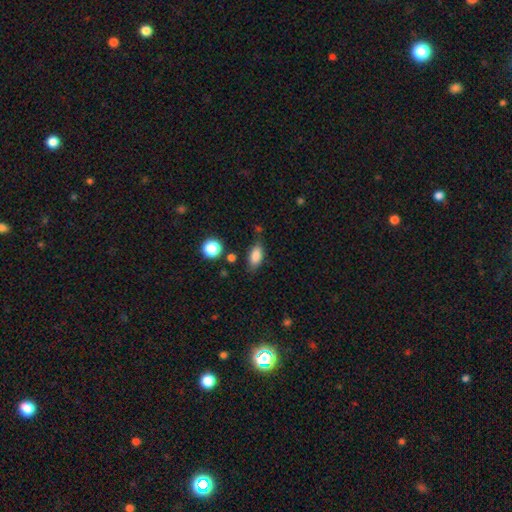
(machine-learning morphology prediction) This appears to be a smooth galaxy with no disk features (84%) that is in between round and cigar-shaped (86%). Merging: none (74%).